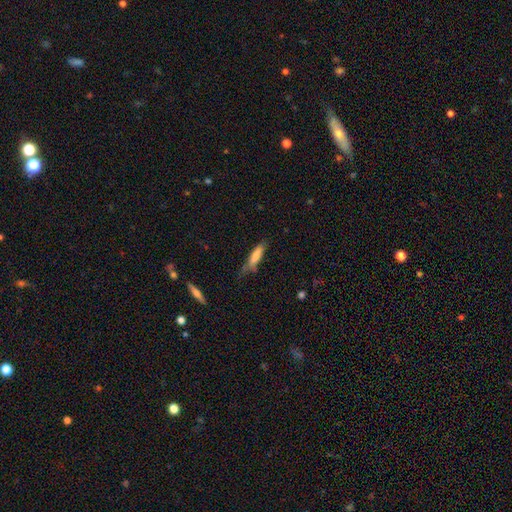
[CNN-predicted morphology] smooth_or_featured: smooth (p=0.77) [alt: featured or disk p=0.17]
how_rounded: cigar-shaped (p=0.72) [alt: in between p=0.26]
merging: none (p=0.49) [alt: minor disturbance p=0.35]